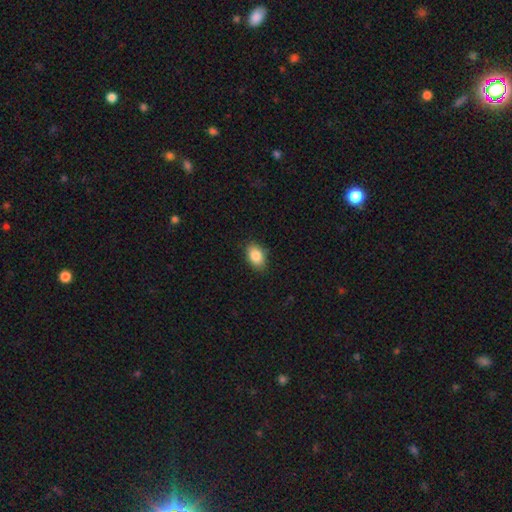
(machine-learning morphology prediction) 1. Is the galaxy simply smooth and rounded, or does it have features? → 86% smooth, 8% star or artifact, 6% featured or disk.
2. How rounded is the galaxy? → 85% in between, 13% round, 1% cigar-shaped.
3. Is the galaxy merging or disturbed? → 86% none, 11% minor disturbance, 2% major disturbance, 1% merger.